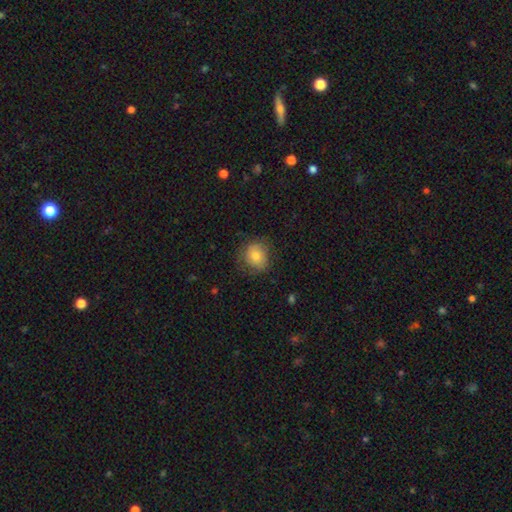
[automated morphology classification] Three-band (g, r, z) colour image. It shows a smooth galaxy with no disk features (68%) that is round (75%). Merging: none (69%).